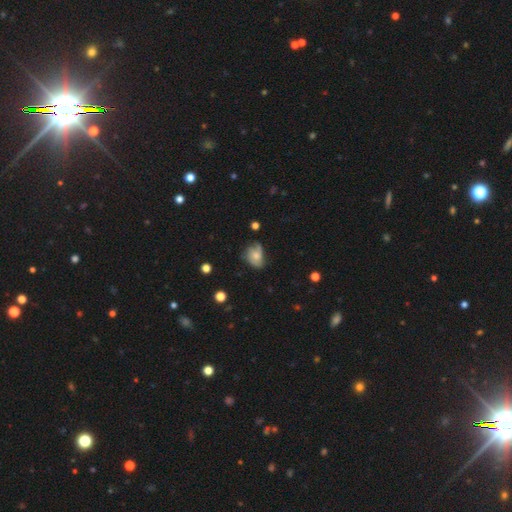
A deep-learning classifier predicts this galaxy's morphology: This is possibly a smooth galaxy (48%). Merging: possibly none (47%).